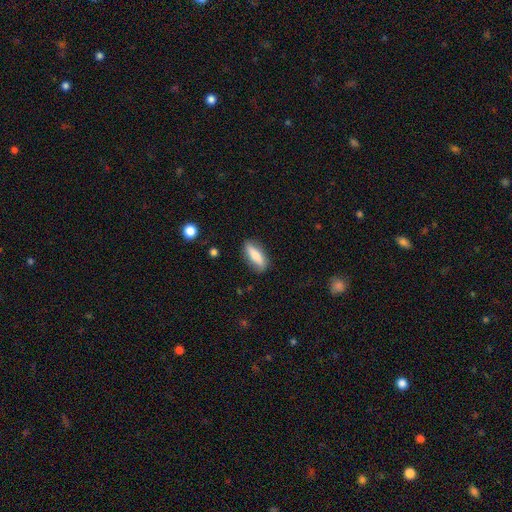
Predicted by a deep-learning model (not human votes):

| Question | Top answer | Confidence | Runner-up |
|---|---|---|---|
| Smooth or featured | smooth | 68% | featured or disk (25%) |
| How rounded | in between | 58% | cigar-shaped (39%) |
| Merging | none | 81% | minor disturbance (15%) |